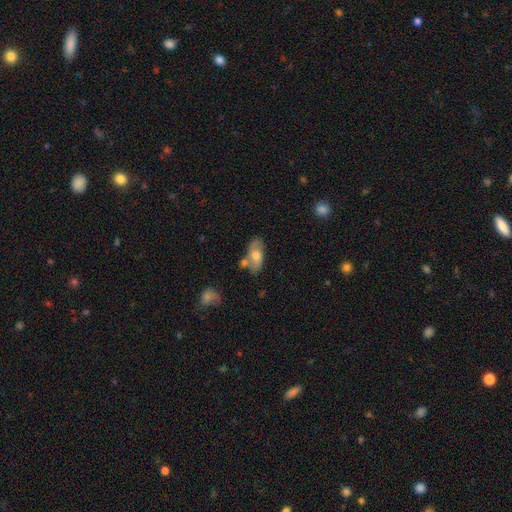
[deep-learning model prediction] Overall: smooth (61%; featured or disk 32%). How rounded: in between (88%). Merging: none (63%).